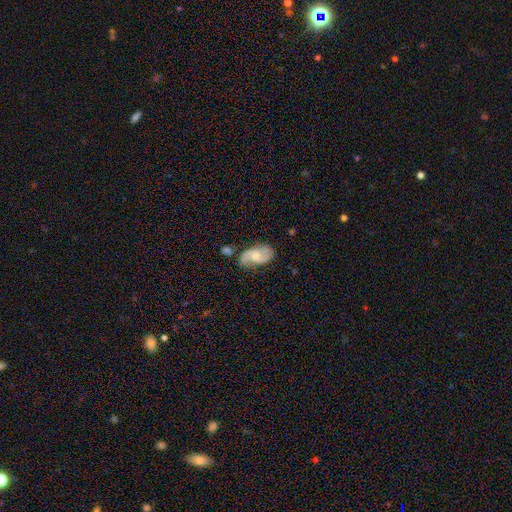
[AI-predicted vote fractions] smooth-or-featured: featured or disk: 77% | smooth: 18% | star or artifact: 6%
  disk-edge-on: no: 97% | yes: 3%
    bar: no: 53% | weak: 41% | strong: 6%
    has-spiral-arms: yes: 95% | no: 5%
      spiral-winding: medium: 48% | loose: 35% | tight: 17%
      spiral-arm-count: 2: 89% | can't tell: 5% | 1: 3% | 3: 2% | 4: 1% | more than 4: 1%
    bulge-size: small: 43% | moderate: 41% | none: 12% | large: 4% | dominant: 1%
  merging: none: 65% | minor disturbance: 22% | major disturbance: 8% | merger: 5%